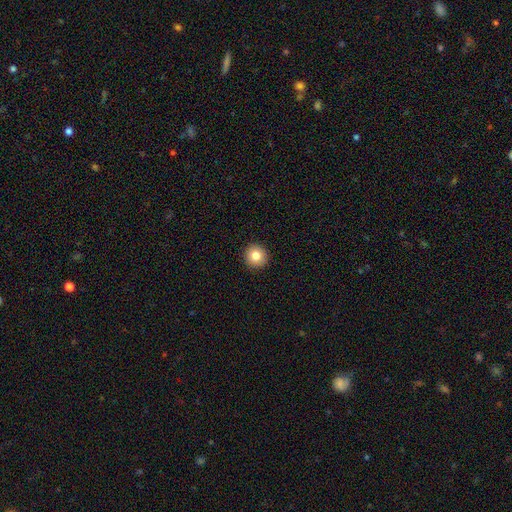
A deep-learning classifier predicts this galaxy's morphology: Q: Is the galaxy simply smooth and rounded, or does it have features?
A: smooth — 83%.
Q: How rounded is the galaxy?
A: round — 94%.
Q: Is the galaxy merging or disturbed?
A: none — 93%.